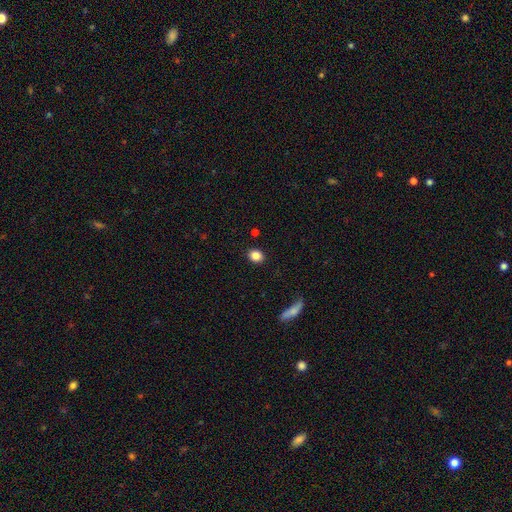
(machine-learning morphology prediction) Smooth or featured?
  - smooth: 86% *
  - star or artifact: 10%
  - featured or disk: 4%
How rounded?
  - round: 64% *
  - in between: 34%
  - cigar-shaped: 1%
Merging?
  - none: 90% *
  - minor disturbance: 7%
  - major disturbance: 2%
  - merger: 2%